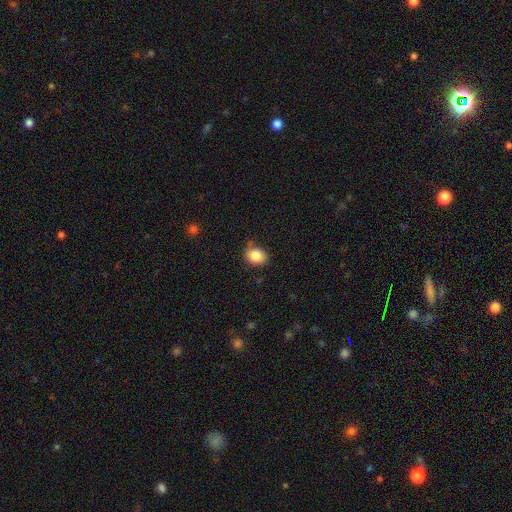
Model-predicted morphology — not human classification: smooth 84%, star or artifact 9%, featured or disk 7%. Down the decision tree: how rounded — round (55%); merging — none (67%).